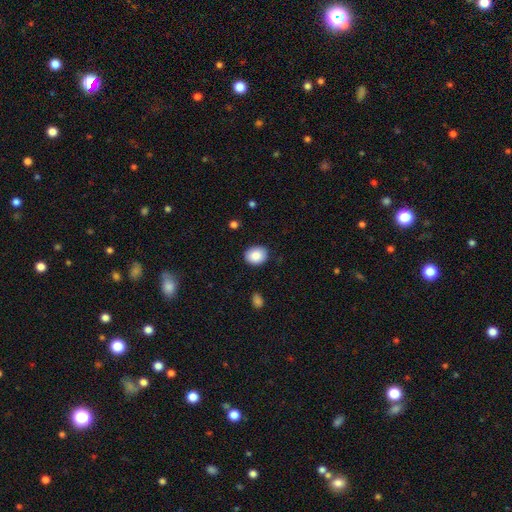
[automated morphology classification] smooth_or_featured: smooth (p=0.87) [alt: star or artifact p=0.08]
how_rounded: round (p=0.54) [alt: in between p=0.45]
merging: none (p=0.88) [alt: minor disturbance p=0.09]